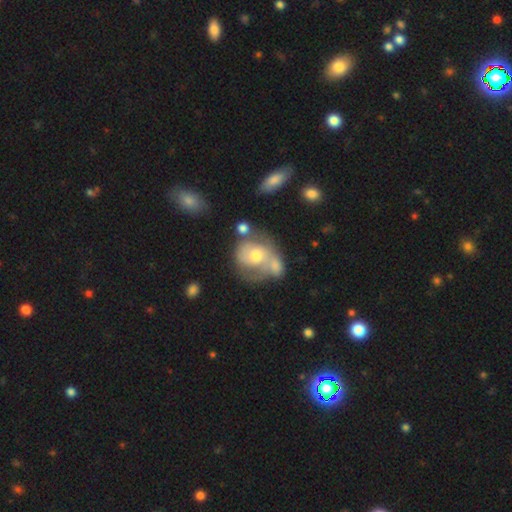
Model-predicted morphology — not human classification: featured or disk 54%, smooth 39%, star or artifact 8%. Down the decision tree: edge-on disk — no (96%); bar — no (75%); spiral arms — yes (57%); bulge size — moderate (65%); merging — merger (44%).